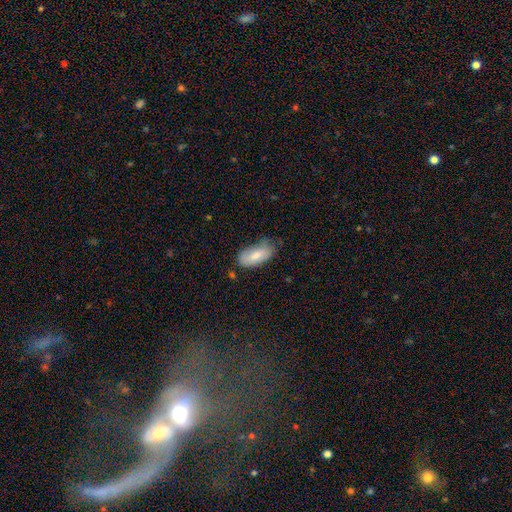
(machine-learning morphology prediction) Q: Smooth or featured?
A: smooth (78%); runner-up: featured or disk (15%)
Q: How rounded?
A: in between (88%); runner-up: cigar-shaped (10%)
Q: Merging?
A: none (58%); runner-up: minor disturbance (32%)